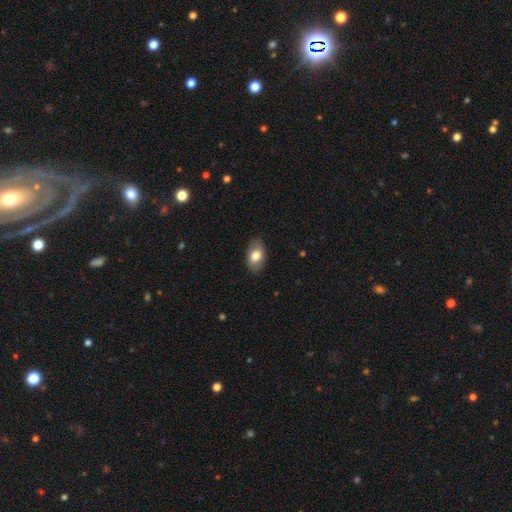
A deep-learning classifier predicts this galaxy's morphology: A smooth galaxy with no disk features (77%) that is in between round and cigar-shaped (92%).

Vote fractions:
- Smooth or featured? smooth: 77% / featured or disk: 16% / star or artifact: 6%
- How rounded? in between: 92% / round: 7% / cigar-shaped: 1%
- Merging? none: 86% / minor disturbance: 11% / major disturbance: 3% / merger: 1%